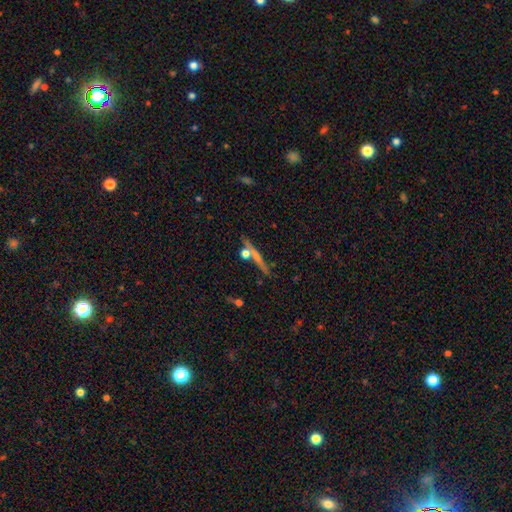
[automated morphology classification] A featured or disk galaxy (57%) viewed edge-on (93%) with a rounded central bulge (54%).

Vote fractions:
- Smooth or featured? featured or disk: 57% / smooth: 29% / star or artifact: 13%
- Edge-on disk? yes: 93% / no: 7%
- Edge-on bulge? rounded: 54% / none: 38% / boxy: 8%
- Merging? none: 75% / merger: 11% / minor disturbance: 10% / major disturbance: 4%